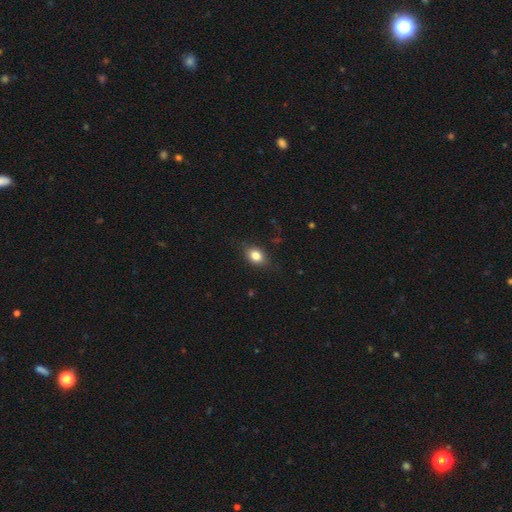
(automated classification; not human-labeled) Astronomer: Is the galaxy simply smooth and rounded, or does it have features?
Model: smooth — 81%.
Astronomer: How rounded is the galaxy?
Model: in between — 69%.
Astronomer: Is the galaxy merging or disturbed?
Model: none — 80%.